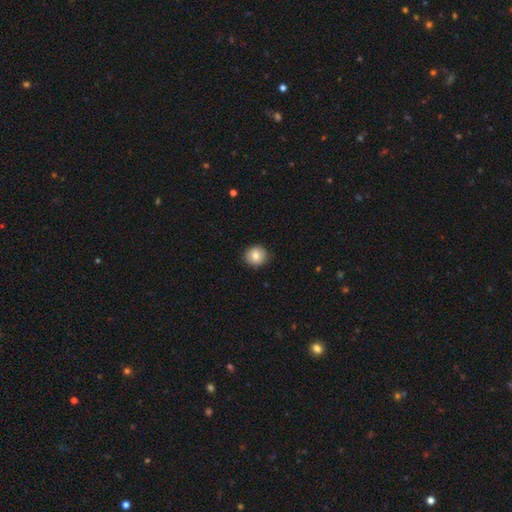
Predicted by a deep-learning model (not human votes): This appears to be a smooth galaxy with no disk features (80%) that is round (89%). Merging: none (89%).